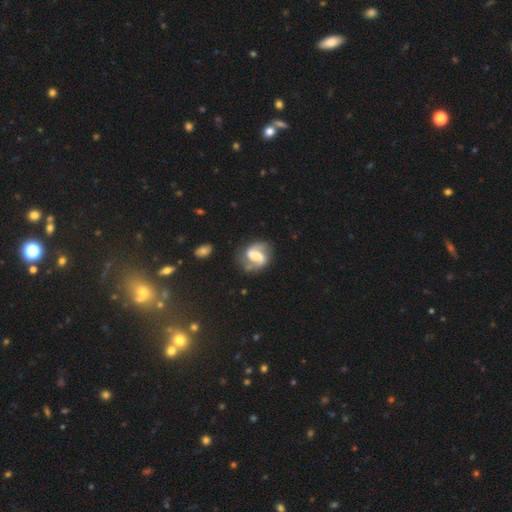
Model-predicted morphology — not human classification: A featured or disk galaxy (84%) with a weak bar (45%), 2 (91%) medium (49%) spiral arms (95%) and a moderate central bulge (49%).

Vote fractions:
- Smooth or featured? featured or disk: 84% / smooth: 11% / star or artifact: 5%
- Edge-on disk? no: 98% / yes: 2%
- Bar? weak: 45% / strong: 34% / no: 21%
- Spiral arms? yes: 95% / no: 5%
- Spiral winding? medium: 49% / loose: 35% / tight: 17%
- Spiral arm count? 2: 91% / can't tell: 3% / 1: 2% / 3: 1% / 4: 1% / more than 4: 1%
- Bulge size? moderate: 49% / small: 27% / large: 16% / none: 7% / dominant: 2%
- Merging? none: 76% / minor disturbance: 15% / major disturbance: 7% / merger: 2%